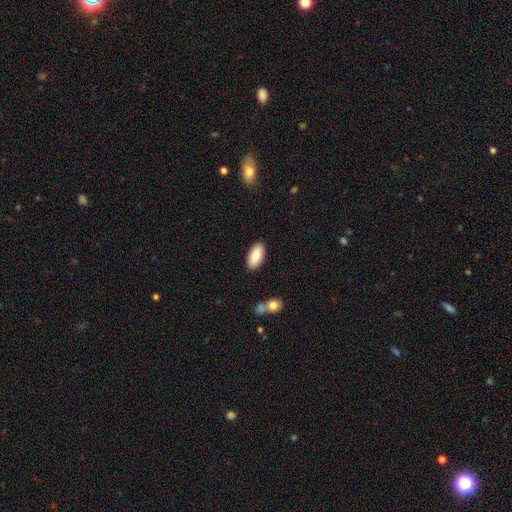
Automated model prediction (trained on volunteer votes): Morphology: type=smooth (88%); roundness=in between (91%); merging=none (88%).